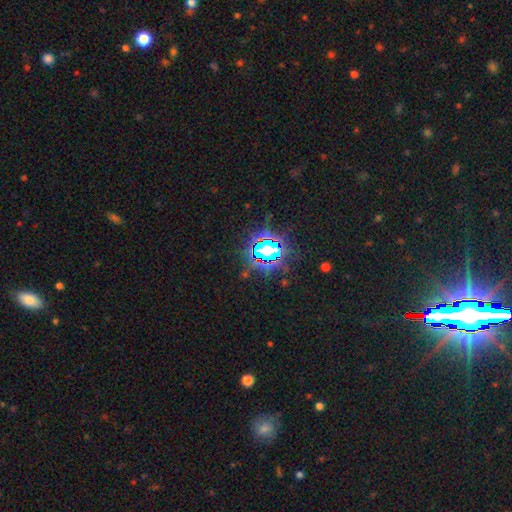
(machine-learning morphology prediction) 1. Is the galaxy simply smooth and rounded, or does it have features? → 82% star or artifact, 11% smooth, 7% featured or disk.